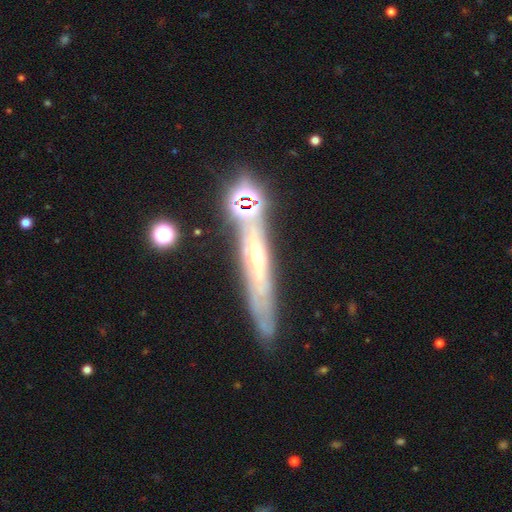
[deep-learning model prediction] smooth-or-featured: featured or disk: 66% | smooth: 18% | star or artifact: 15%
  disk-edge-on: yes: 70% | no: 30%
  merging: none: 76% | minor disturbance: 13% | merger: 7% | major disturbance: 4%